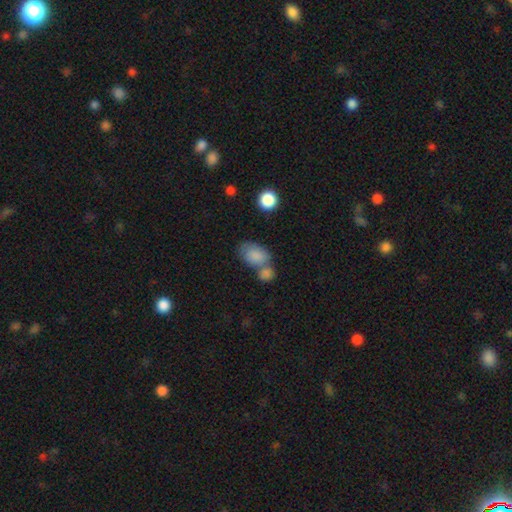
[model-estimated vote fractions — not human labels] Smooth or featured?
  - smooth: 83% *
  - featured or disk: 10%
  - star or artifact: 7%
How rounded?
  - in between: 85% *
  - round: 13%
  - cigar-shaped: 1%
Merging?
  - merger: 45% *
  - none: 34%
  - minor disturbance: 14%
  - major disturbance: 6%